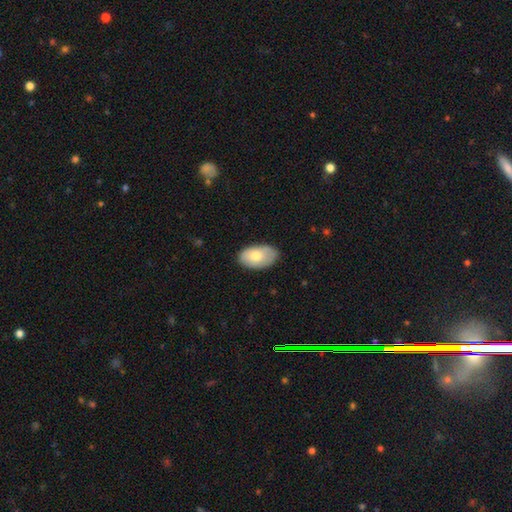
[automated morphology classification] Smooth or featured? Predicted: smooth (p=0.74). How rounded? Predicted: in between (p=0.94). Merging? Predicted: none (p=0.75).